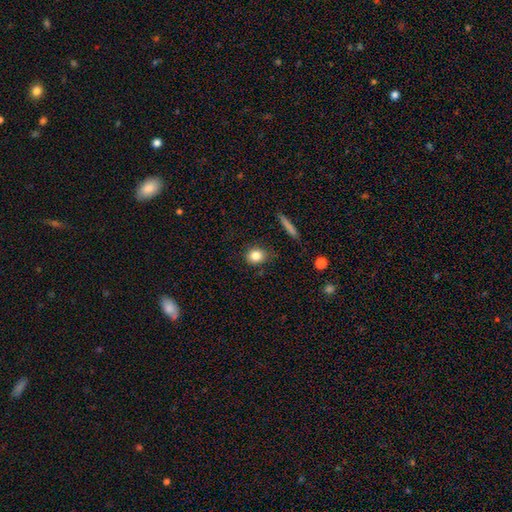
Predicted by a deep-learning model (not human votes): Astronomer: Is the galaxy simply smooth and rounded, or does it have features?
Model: smooth — 83%.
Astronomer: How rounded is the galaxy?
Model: round — 70%.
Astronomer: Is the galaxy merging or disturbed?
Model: none — 82%.